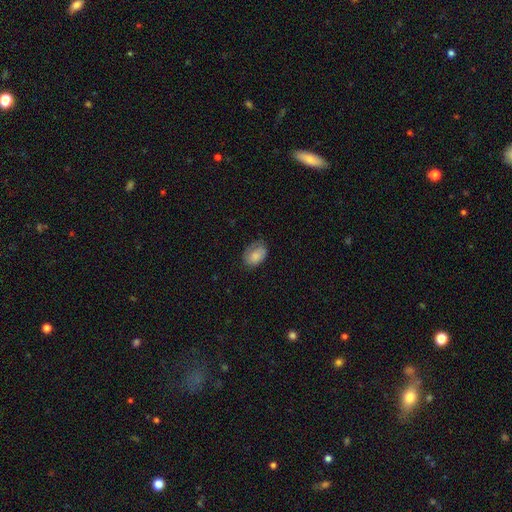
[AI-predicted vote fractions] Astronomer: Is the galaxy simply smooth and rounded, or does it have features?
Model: smooth — 74%.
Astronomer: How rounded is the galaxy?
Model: in between — 81%.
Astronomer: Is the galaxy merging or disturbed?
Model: none — 60%.